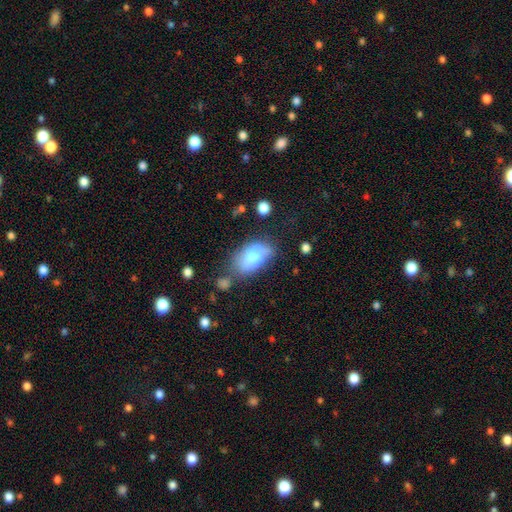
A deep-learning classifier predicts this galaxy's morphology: type=smooth (73%); roundness=in between (92%); merging=none (53%).